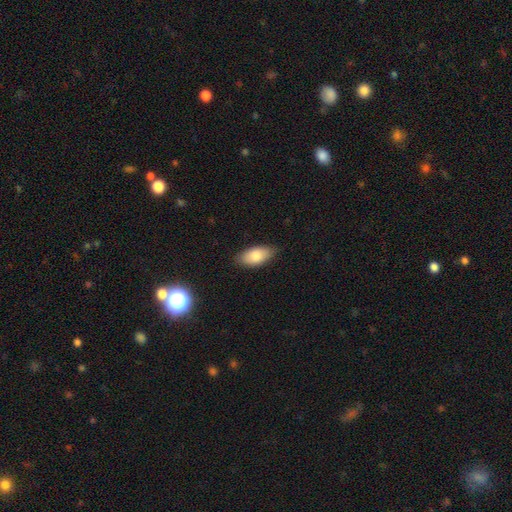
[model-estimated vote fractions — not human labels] Smooth or featured: smooth — 82% (featured or disk — 12%)
How rounded: in between — 92% (cigar-shaped — 5%)
Merging: none — 81% (minor disturbance — 15%)